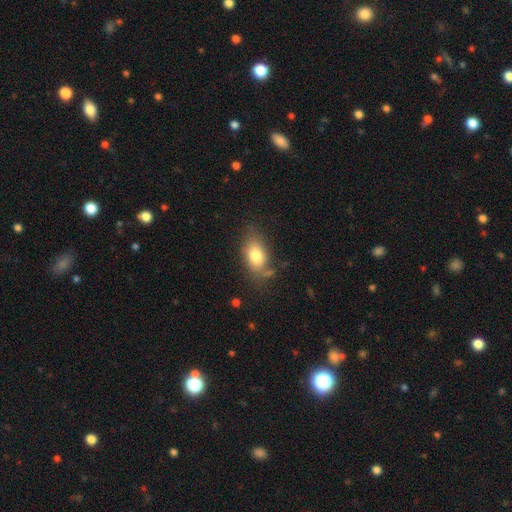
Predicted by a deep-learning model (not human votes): smooth_or_featured: smooth (p=0.78) [alt: featured or disk p=0.13]
how_rounded: in between (p=0.85) [alt: round p=0.12]
merging: none (p=0.66) [alt: minor disturbance p=0.23]